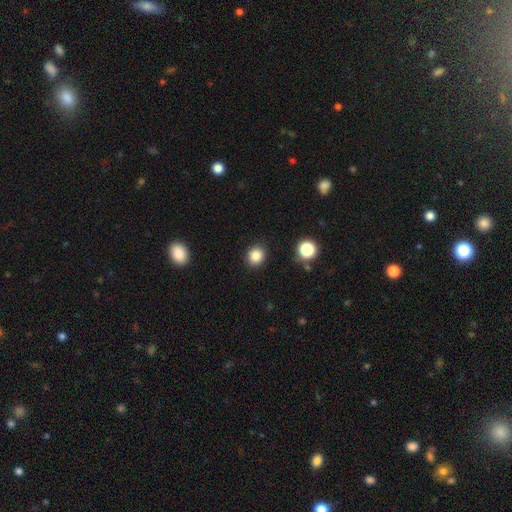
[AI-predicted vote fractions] Morphology: type=smooth (85%); roundness=round (80%); merging=none (89%).